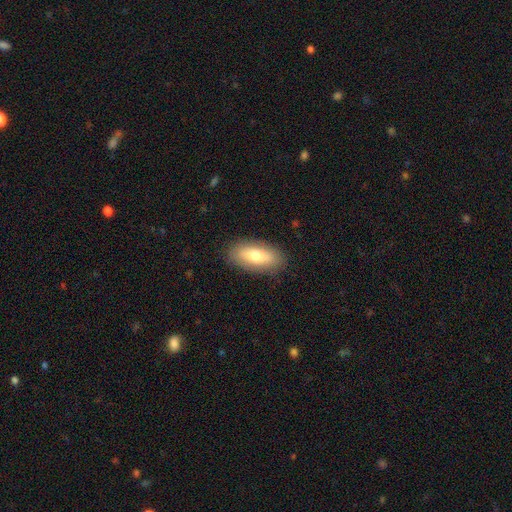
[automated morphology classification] Q: Smooth or featured?
A: smooth (71%); runner-up: featured or disk (23%)
Q: How rounded?
A: in between (86%); runner-up: cigar-shaped (10%)
Q: Merging?
A: none (86%); runner-up: minor disturbance (10%)